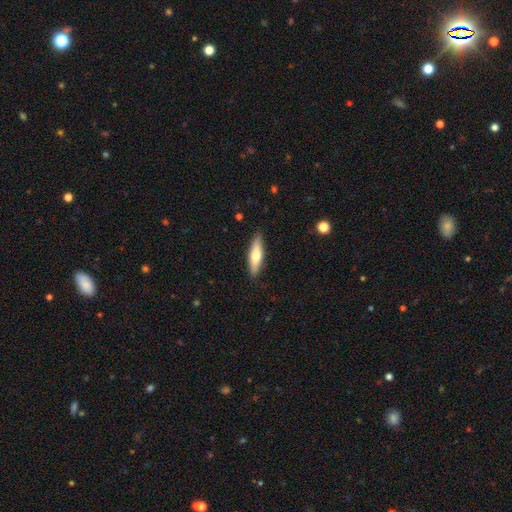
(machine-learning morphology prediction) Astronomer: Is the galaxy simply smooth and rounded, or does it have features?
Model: smooth — 60% (runner-up: featured or disk, 35%).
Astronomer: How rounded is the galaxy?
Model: cigar-shaped — 65%.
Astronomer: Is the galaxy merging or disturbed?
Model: none — 88%.